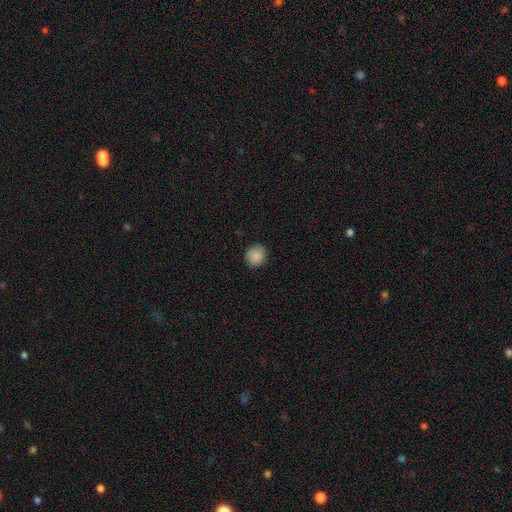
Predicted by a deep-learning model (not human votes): Q: Smooth or featured?
A: smooth (88%); runner-up: star or artifact (8%)
Q: How rounded?
A: round (85%); runner-up: in between (14%)
Q: Merging?
A: none (87%); runner-up: minor disturbance (9%)